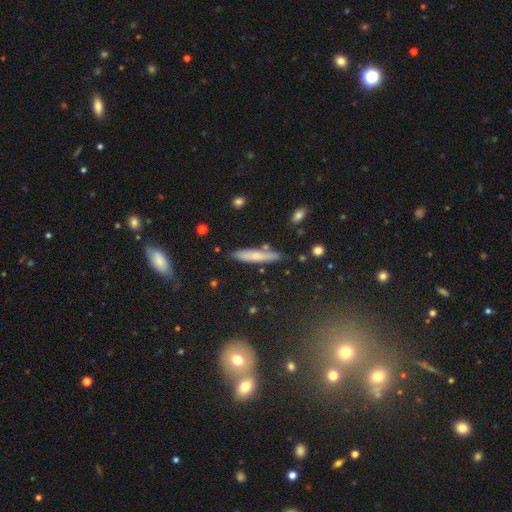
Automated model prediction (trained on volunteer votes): A smooth galaxy with no disk features (62%) that is cigar-shaped (87%). Merging: none (81%).